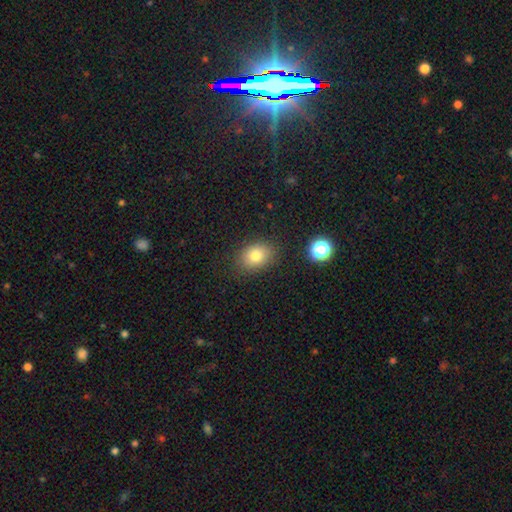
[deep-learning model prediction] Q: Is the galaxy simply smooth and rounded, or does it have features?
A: smooth — 78%.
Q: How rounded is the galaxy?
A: in between — 61%.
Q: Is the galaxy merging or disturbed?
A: none — 84%.